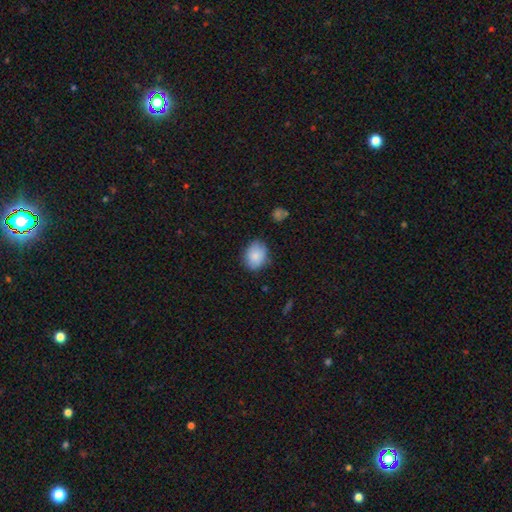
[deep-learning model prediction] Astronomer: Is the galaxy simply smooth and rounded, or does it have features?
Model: smooth — 84%.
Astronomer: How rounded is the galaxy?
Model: in between — 54% (runner-up: round, 45%).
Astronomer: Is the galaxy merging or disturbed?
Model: none — 77%.